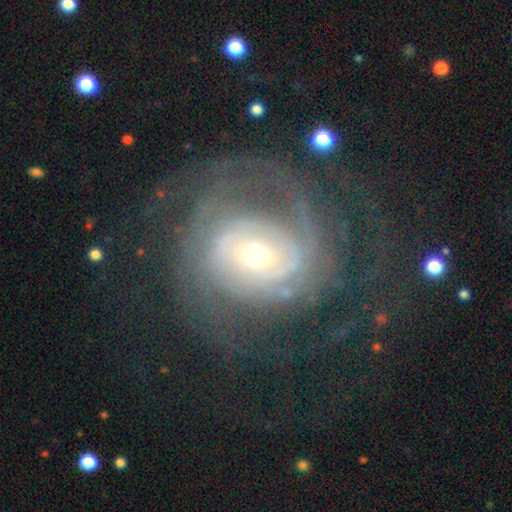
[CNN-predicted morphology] Q: Smooth or featured?
A: featured or disk (85%); runner-up: smooth (8%)
Q: Edge-on disk?
A: no (97%); runner-up: yes (3%)
Q: Bar?
A: no (56%); runner-up: weak (31%)
Q: Spiral arms?
A: yes (92%); runner-up: no (8%)
Q: Spiral winding?
A: tight (58%); runner-up: medium (30%)
Q: Spiral arm count?
A: can't tell (34%); runner-up: 2 (31%)
Q: Bulge size?
A: small (60%); runner-up: moderate (33%)
Q: Merging?
A: none (59%); runner-up: major disturbance (24%)